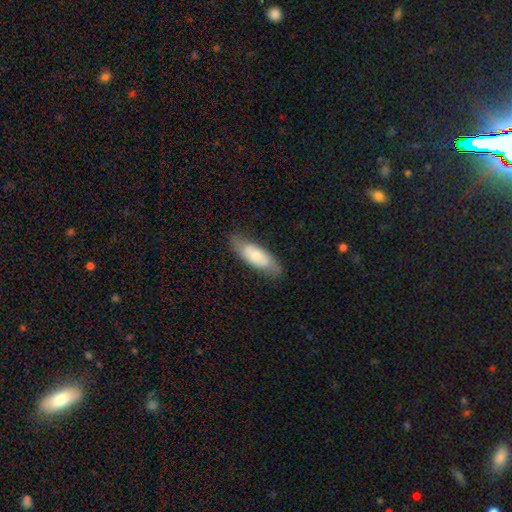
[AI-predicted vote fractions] Smooth or featured? Predicted: smooth (p=0.61). How rounded? Predicted: in between (p=0.70). Merging? Predicted: none (p=0.74).